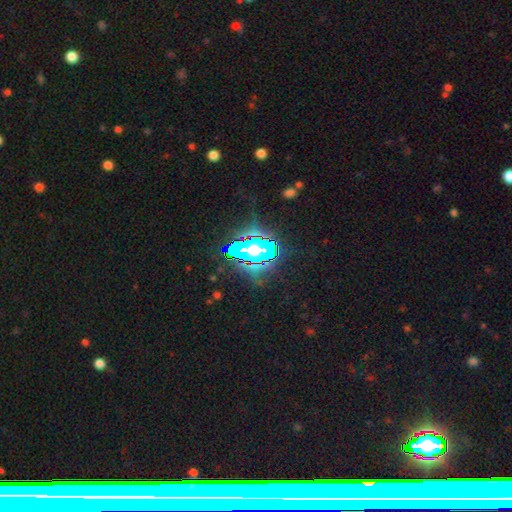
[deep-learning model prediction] Morphology: type=star or artifact (81%).